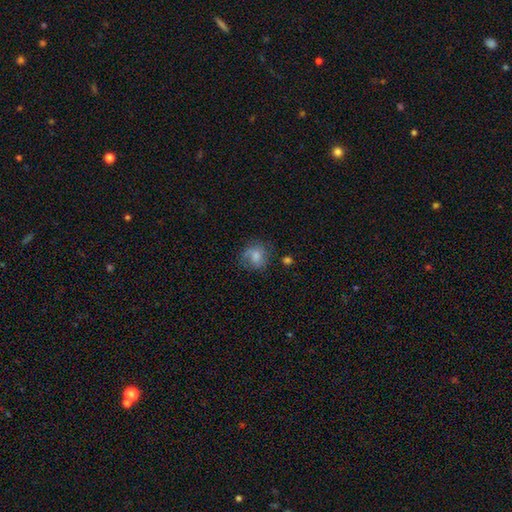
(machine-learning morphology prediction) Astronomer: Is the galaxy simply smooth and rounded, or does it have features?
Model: smooth — 71%.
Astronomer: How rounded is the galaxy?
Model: round — 71%.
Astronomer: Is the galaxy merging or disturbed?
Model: none — 60%.